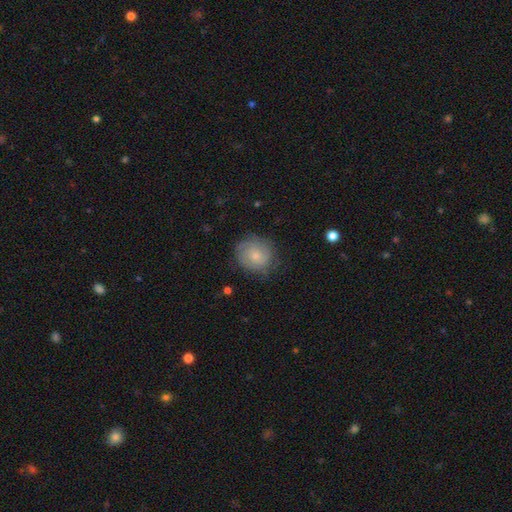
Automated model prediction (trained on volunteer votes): Smooth or featured?
  - smooth: 56% *
  - featured or disk: 36%
  - star or artifact: 8%
How rounded?
  - round: 82% *
  - in between: 17%
  - cigar-shaped: 1%
Merging?
  - none: 72% *
  - minor disturbance: 20%
  - major disturbance: 6%
  - merger: 1%